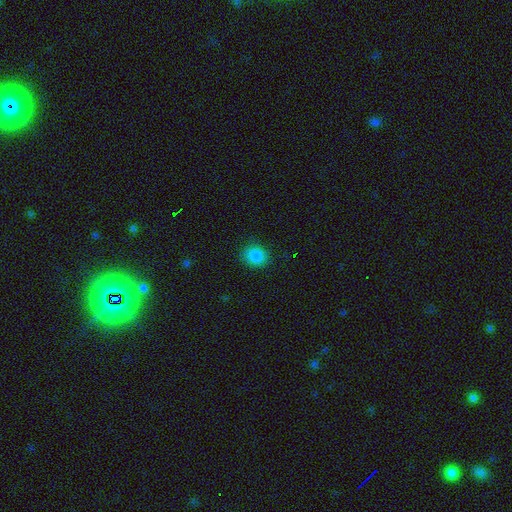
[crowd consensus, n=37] This appears to be a smooth galaxy with no disk features (84%) that is round (74%). Merging: none (97%).